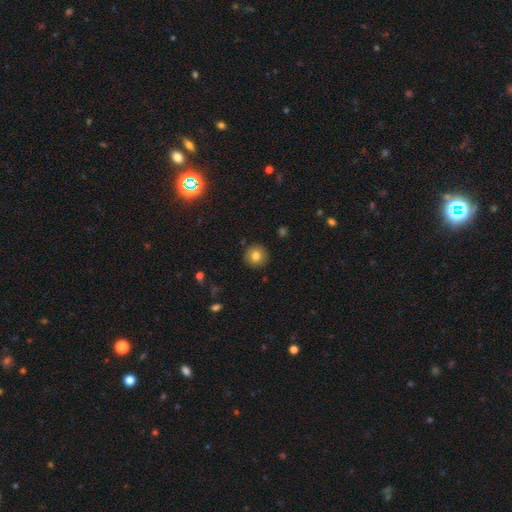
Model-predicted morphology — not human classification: Smooth or featured? smooth (80%)
How rounded? round (95%)
Merging? none (91%)